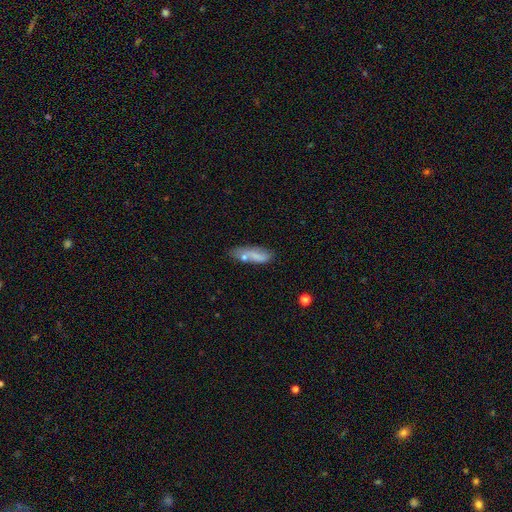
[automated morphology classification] This is likely a smooth galaxy (73%). How rounded: possibly in between (57%). Merging: possibly none (54%).